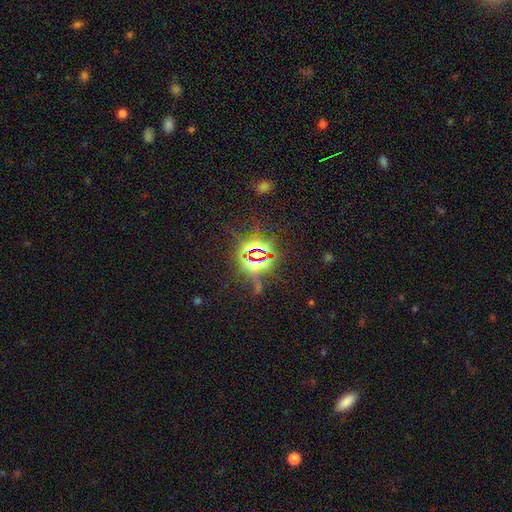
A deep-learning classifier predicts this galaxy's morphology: type=star or artifact (82%).